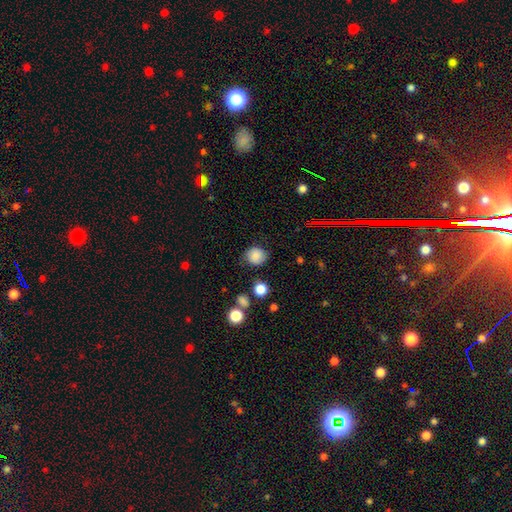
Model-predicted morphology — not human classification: A smooth galaxy with no disk features (82%) that is round (81%). Merging: none (76%).